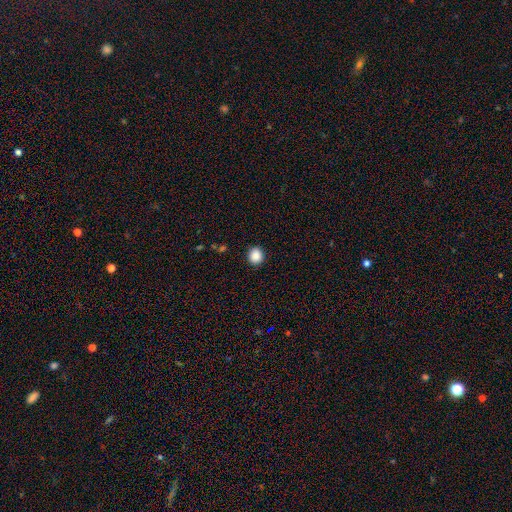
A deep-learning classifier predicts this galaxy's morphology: smooth 88%, star or artifact 9%, featured or disk 3%. Down the decision tree: how rounded — round (84%); merging — none (91%).